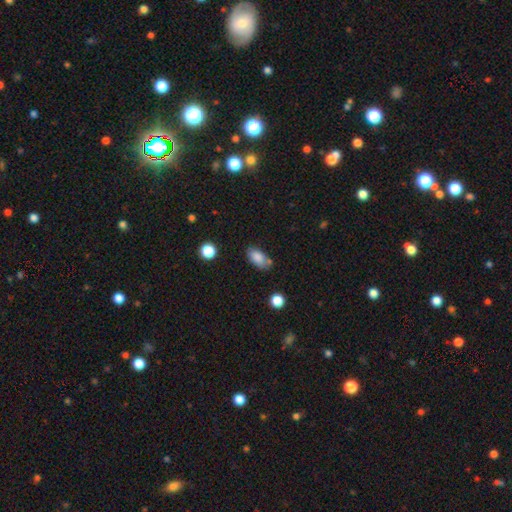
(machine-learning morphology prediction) Smooth or featured? Predicted: smooth (p=0.84). How rounded? Predicted: in between (p=0.91). Merging? Predicted: none (p=0.66).